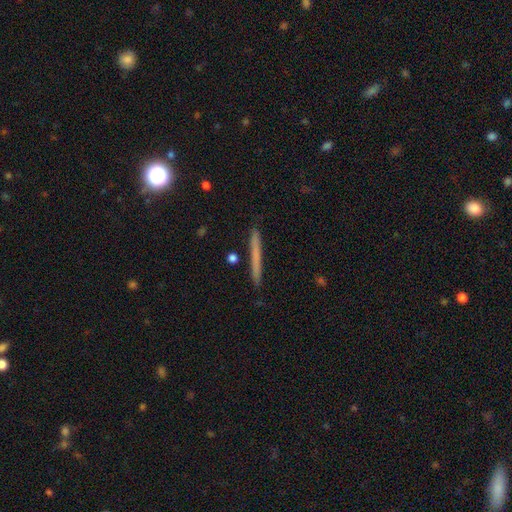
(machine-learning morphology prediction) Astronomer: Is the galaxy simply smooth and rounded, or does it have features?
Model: smooth — 59%.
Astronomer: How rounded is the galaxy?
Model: cigar-shaped — 97%.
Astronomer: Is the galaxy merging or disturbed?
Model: none — 90%.